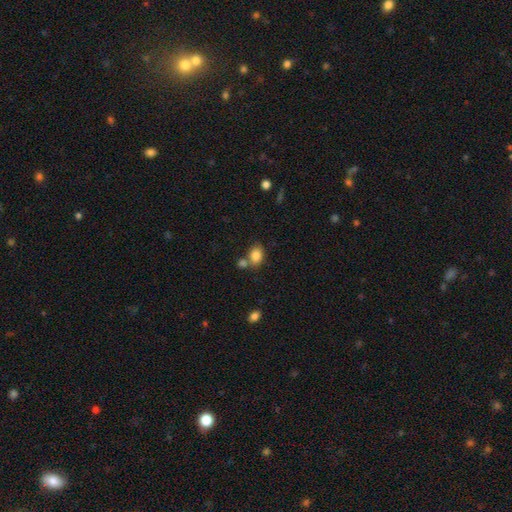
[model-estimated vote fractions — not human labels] Smooth or featured? smooth (84%)
How rounded? in between (64%)
Merging? none (56%)